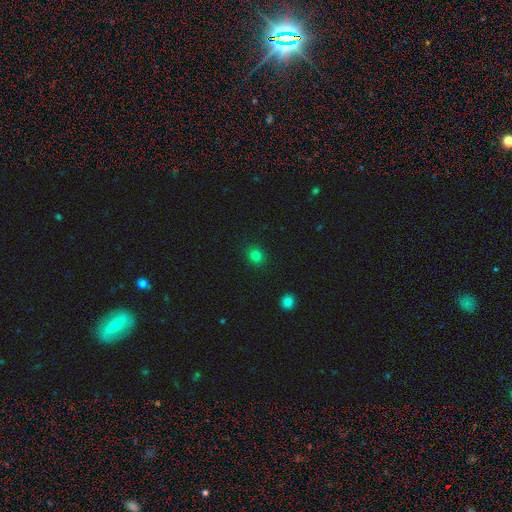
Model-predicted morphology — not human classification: smooth 79%, star or artifact 15%, featured or disk 5%. Down the decision tree: how rounded — round (82%); merging — none (90%).